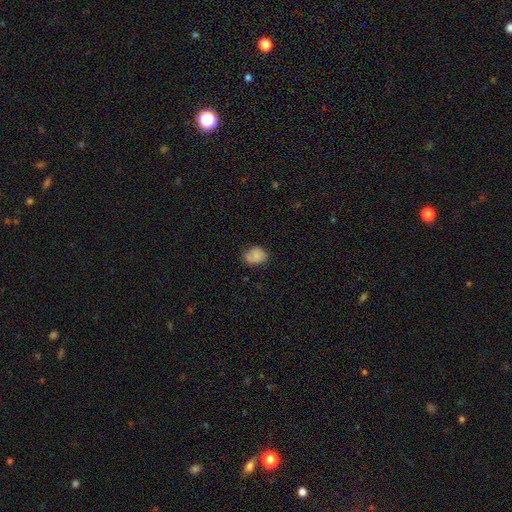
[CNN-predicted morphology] This appears to be a smooth galaxy with no disk features (75%) that is in between round and cigar-shaped (58%). Merging: none (68%).